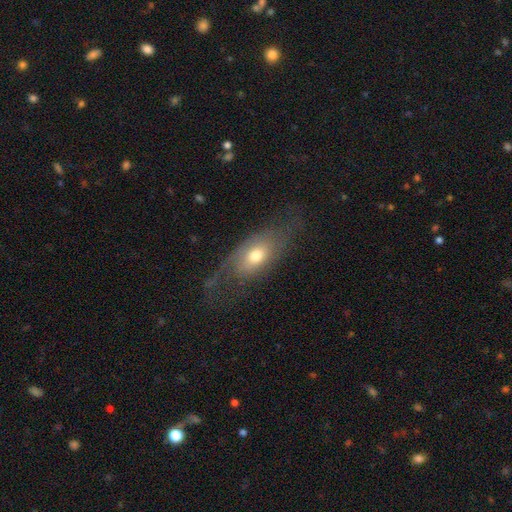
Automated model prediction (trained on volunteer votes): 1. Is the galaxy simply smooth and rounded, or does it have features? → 51% featured or disk, 41% smooth, 8% star or artifact.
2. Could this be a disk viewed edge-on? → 79% no, 21% yes.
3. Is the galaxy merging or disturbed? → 51% none, 24% major disturbance, 23% minor disturbance, 2% merger.